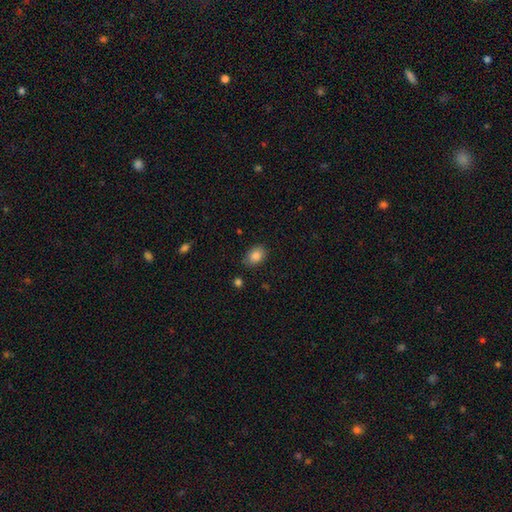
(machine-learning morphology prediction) type=smooth (86%); roundness=in between (76%); merging=none (81%).